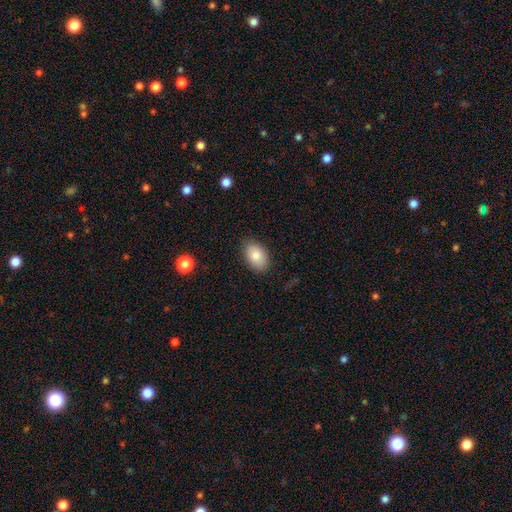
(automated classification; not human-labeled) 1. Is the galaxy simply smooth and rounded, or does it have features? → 83% smooth, 10% featured or disk, 7% star or artifact.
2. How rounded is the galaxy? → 90% in between, 9% round, 1% cigar-shaped.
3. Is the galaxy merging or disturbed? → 85% none, 11% minor disturbance, 3% major disturbance, 1% merger.